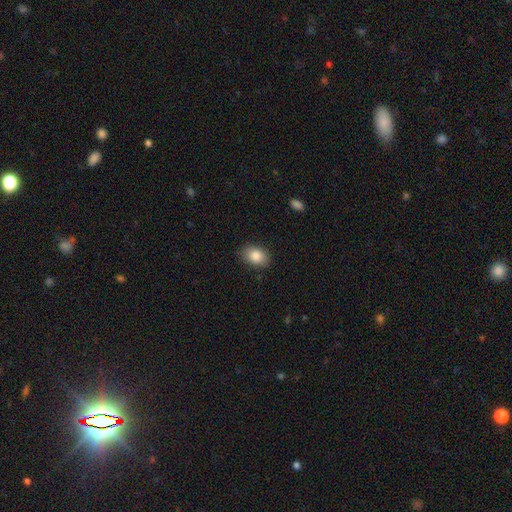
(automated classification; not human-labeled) This appears to be a smooth galaxy with no disk features (86%) that is in between round and cigar-shaped (78%). Merging: none (86%).